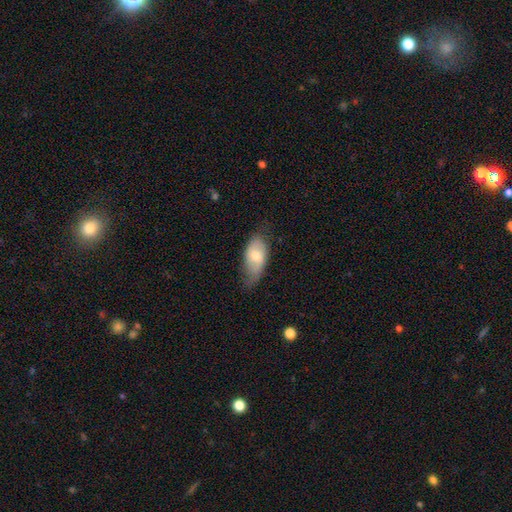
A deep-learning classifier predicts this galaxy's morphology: Smooth or featured? smooth (62%)
How rounded? in between (92%)
Merging? none (52%)